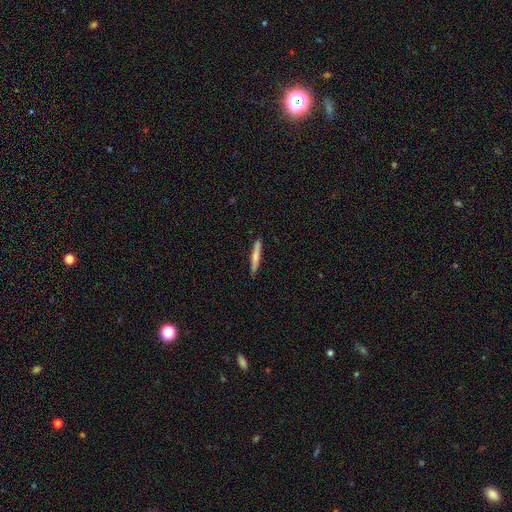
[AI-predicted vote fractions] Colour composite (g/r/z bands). It shows a smooth galaxy with no disk features (65%) that is cigar-shaped (95%). Merging: none (88%).